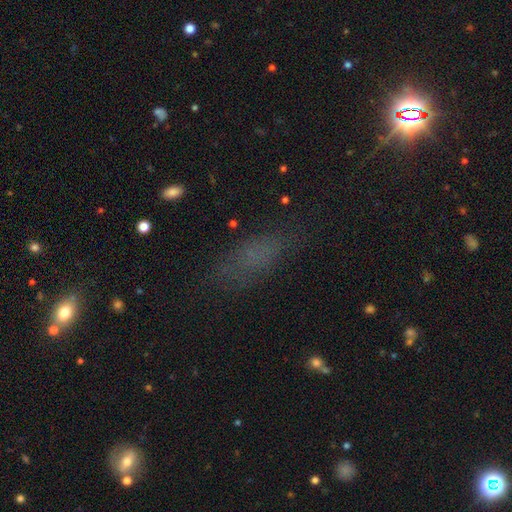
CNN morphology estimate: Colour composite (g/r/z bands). It shows a smooth galaxy with no disk features (56%) that is in between round and cigar-shaped (64%). Merging: none (74%).